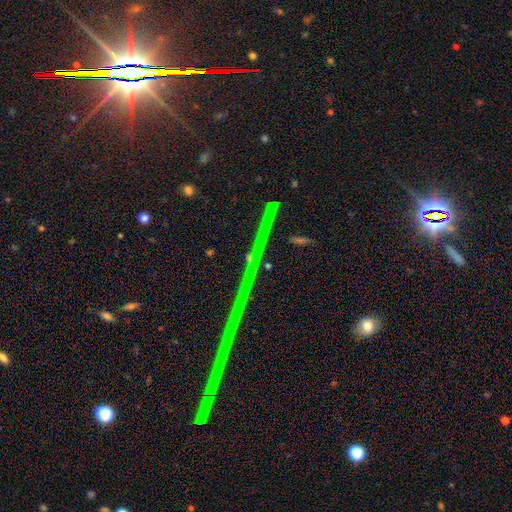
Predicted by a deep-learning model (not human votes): Q: Smooth or featured?
A: star or artifact (81%); runner-up: featured or disk (12%)